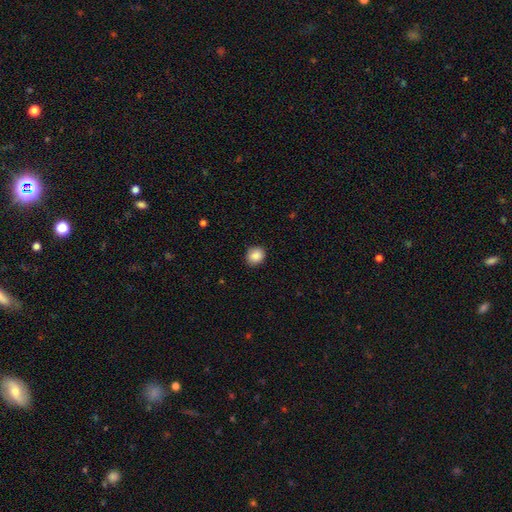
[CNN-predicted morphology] Smooth or featured?
  - smooth: 87% *
  - star or artifact: 9%
  - featured or disk: 4%
How rounded?
  - round: 72% *
  - in between: 27%
  - cigar-shaped: 1%
Merging?
  - none: 86% *
  - minor disturbance: 10%
  - major disturbance: 2%
  - merger: 1%